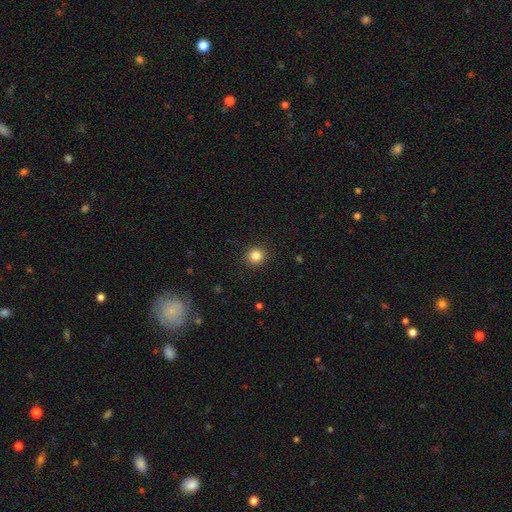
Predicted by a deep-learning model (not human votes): A smooth galaxy with no disk features (84%) that is round (87%).

Vote fractions:
- Smooth or featured? smooth: 84% / star or artifact: 11% / featured or disk: 5%
- How rounded? round: 87% / in between: 12% / cigar-shaped: 1%
- Merging? none: 91% / minor disturbance: 6% / major disturbance: 2% / merger: 1%